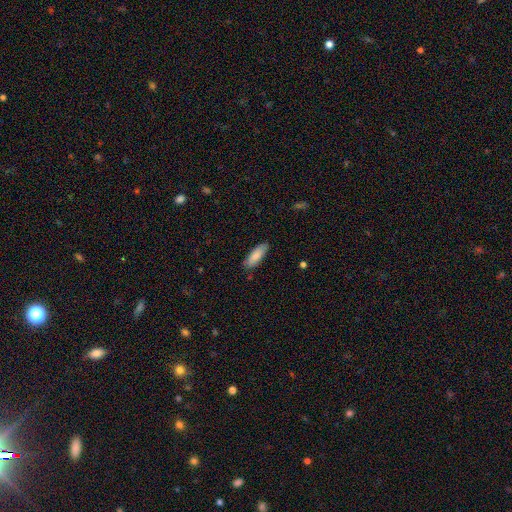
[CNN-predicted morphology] Q: Smooth or featured?
A: smooth (85%); runner-up: featured or disk (10%)
Q: How rounded?
A: in between (61%); runner-up: cigar-shaped (37%)
Q: Merging?
A: none (83%); runner-up: minor disturbance (13%)